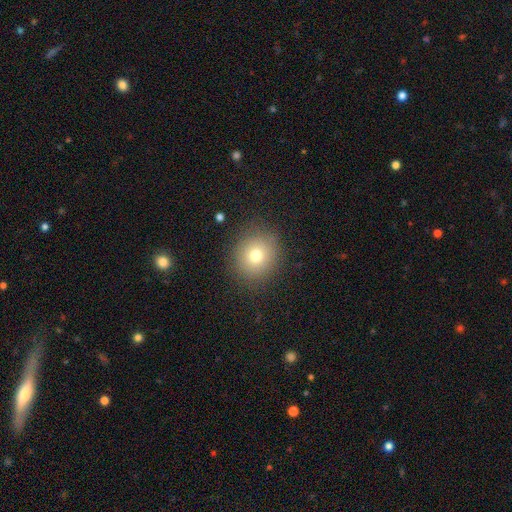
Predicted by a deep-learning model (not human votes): This is likely a smooth galaxy (74%). How rounded: clearly round (84%). Merging: clearly none (87%).